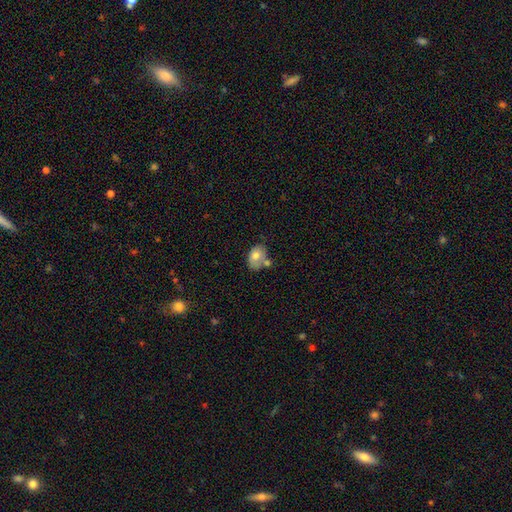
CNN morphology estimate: Smooth or featured? Predicted: smooth (p=0.71). How rounded? Predicted: in between (p=0.77). Merging? Predicted: none (p=0.41).